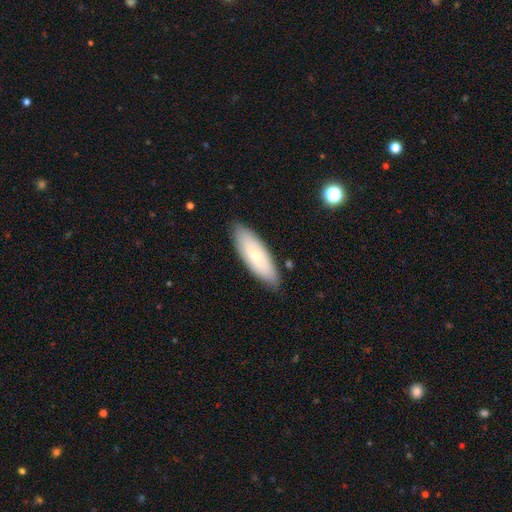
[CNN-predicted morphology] Smooth or featured?
  - smooth: 65% *
  - featured or disk: 29%
  - star or artifact: 6%
How rounded?
  - in between: 59% *
  - cigar-shaped: 39%
  - round: 2%
Merging?
  - none: 85% *
  - minor disturbance: 12%
  - major disturbance: 2%
  - merger: 1%